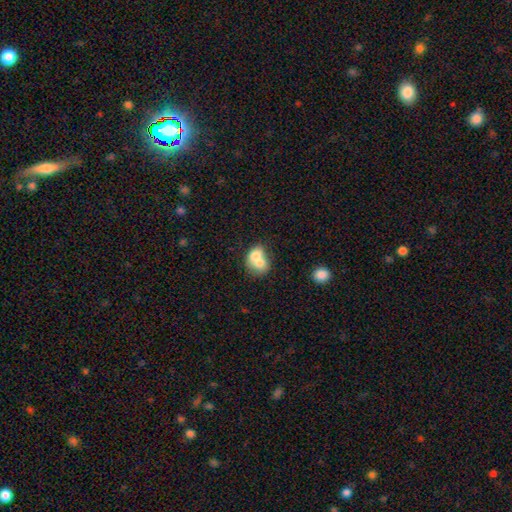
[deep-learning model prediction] Q: Smooth or featured?
A: smooth (70%); runner-up: featured or disk (22%)
Q: How rounded?
A: in between (54%); runner-up: round (45%)
Q: Merging?
A: merger (71%); runner-up: none (19%)